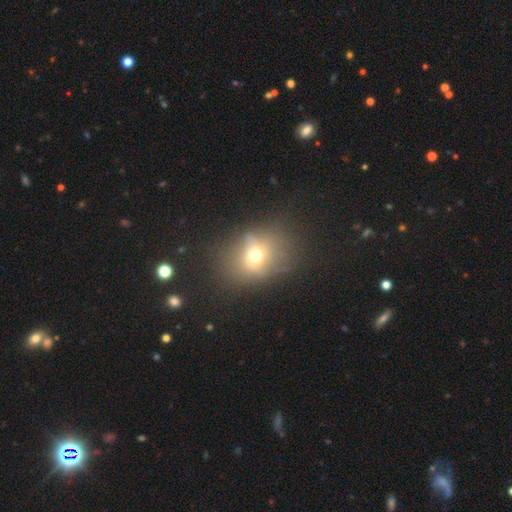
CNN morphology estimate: Smooth or featured: smooth — 60% (featured or disk — 23%)
How rounded: in between — 49% (tied with round — 49%)
Merging: none — 64% (minor disturbance — 20%)